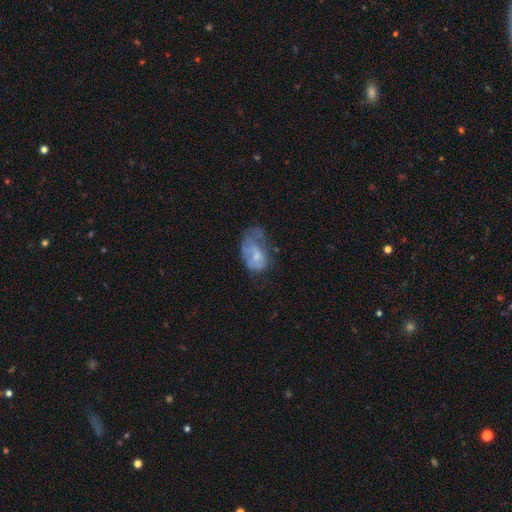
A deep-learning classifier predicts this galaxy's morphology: Smooth or featured: smooth — 49% (featured or disk — 40%)
Merging: major disturbance — 41% (minor disturbance — 28%)